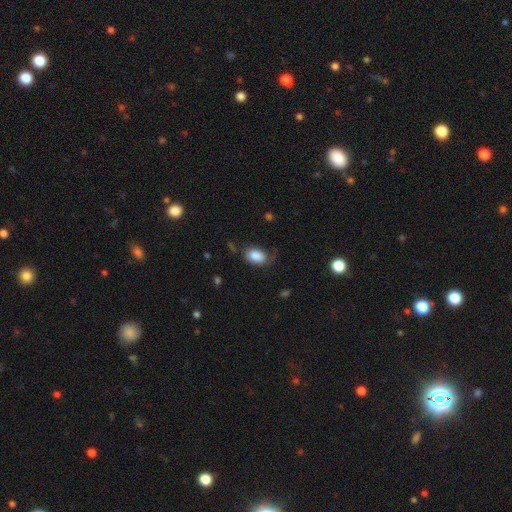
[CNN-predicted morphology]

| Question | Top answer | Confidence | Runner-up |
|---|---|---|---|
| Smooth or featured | smooth | 85% | featured or disk (8%) |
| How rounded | in between | 87% | round (12%) |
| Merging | none | 64% | minor disturbance (25%) |